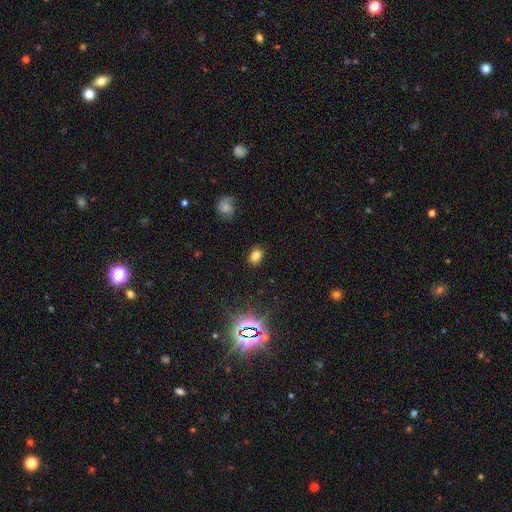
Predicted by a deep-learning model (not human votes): A smooth galaxy with no disk features (76%) that is in between round and cigar-shaped (69%).

Vote fractions:
- Smooth or featured? smooth: 76% / star or artifact: 17% / featured or disk: 8%
- How rounded? in between: 69% / round: 30% / cigar-shaped: 1%
- Merging? none: 85% / minor disturbance: 11% / major disturbance: 3% / merger: 1%